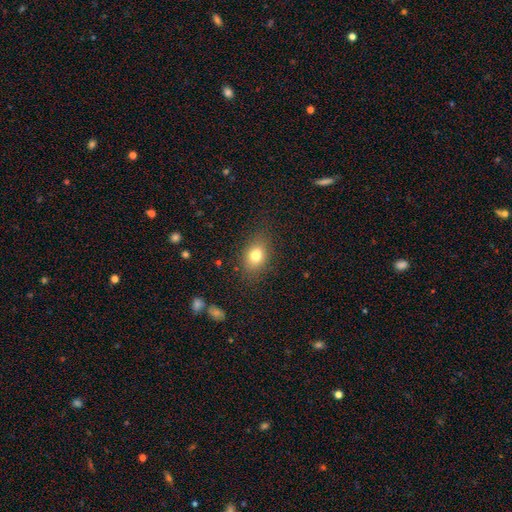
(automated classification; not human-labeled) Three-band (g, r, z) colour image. It shows a smooth galaxy with no disk features (78%) that is in between round and cigar-shaped (69%). Merging: none (78%).